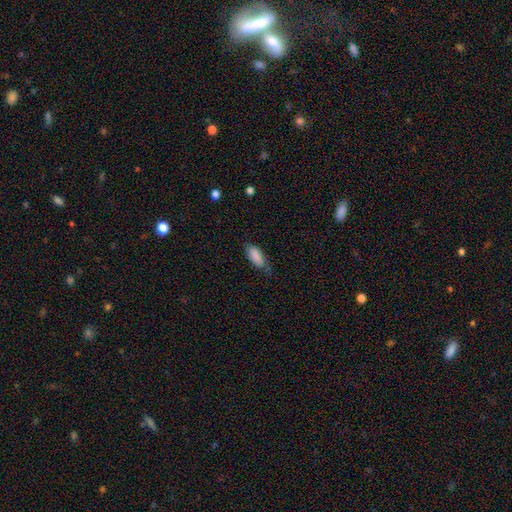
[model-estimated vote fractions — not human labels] Smooth or featured: smooth — 85% (featured or disk — 8%)
How rounded: in between — 86% (cigar-shaped — 12%)
Merging: none — 58% (minor disturbance — 32%)